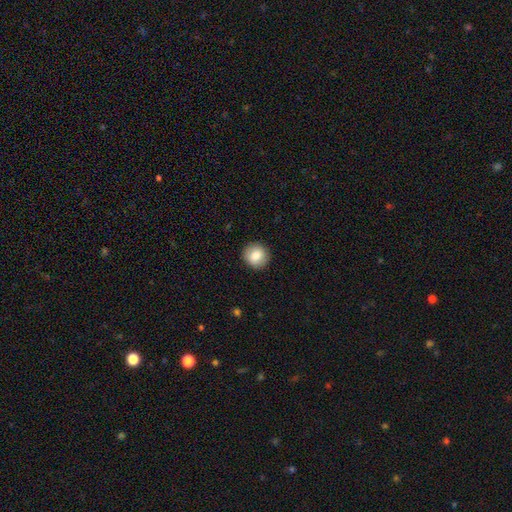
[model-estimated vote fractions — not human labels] A smooth galaxy with no disk features (84%) that is round (90%).

Vote fractions:
- Smooth or featured? smooth: 84% / star or artifact: 8% / featured or disk: 8%
- How rounded? round: 90% / in between: 9% / cigar-shaped: 1%
- Merging? none: 91% / minor disturbance: 6% / major disturbance: 2% / merger: 1%